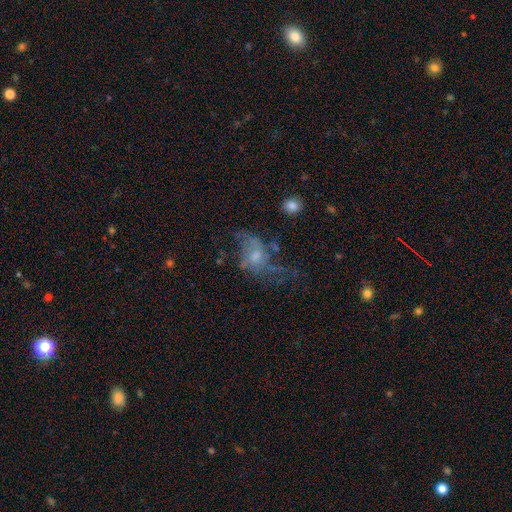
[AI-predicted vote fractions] The model was most divided on "bulge size": small: 43%, moderate: 40%, none: 11%, large: 5%, dominant: 2%. Remaining: edge-on disk — no (94%); bar — no (76%); smooth or featured — featured or disk (57%); spiral arms — yes (52%); merging — major disturbance (47%).